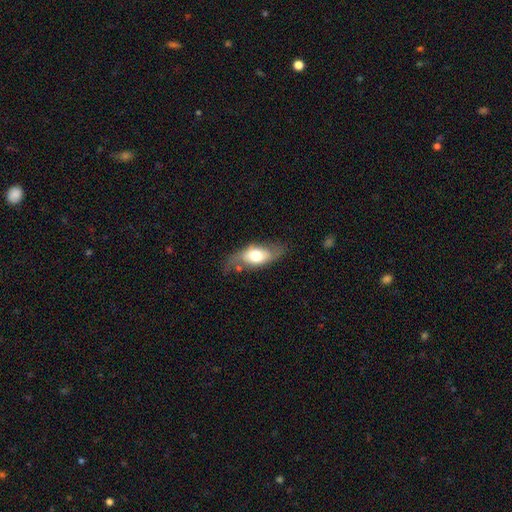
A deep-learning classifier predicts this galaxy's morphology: A featured or disk galaxy (47%). Merging: none (57%).